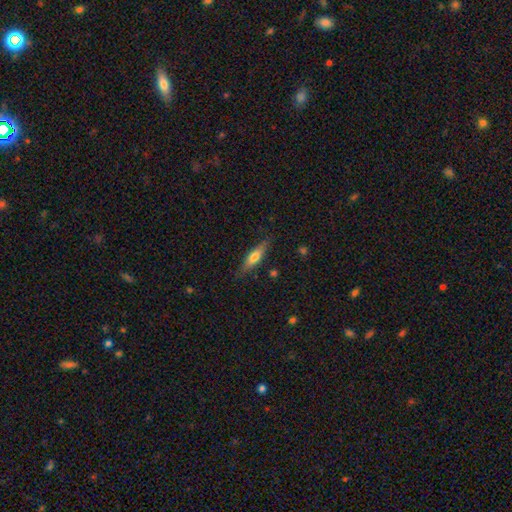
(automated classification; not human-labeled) A featured or disk galaxy (48%). Merging: none (85%).